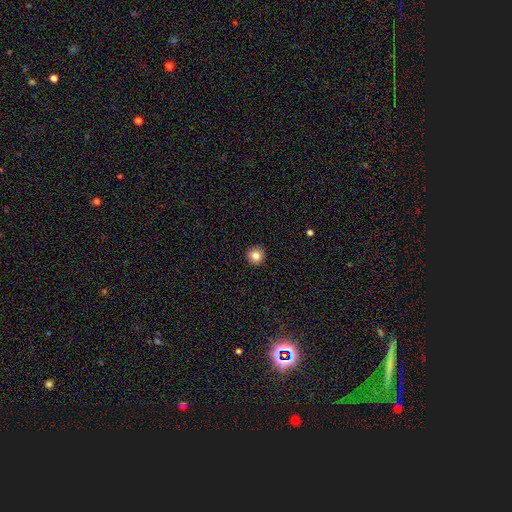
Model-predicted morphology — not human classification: Smooth or featured?
  - smooth: 83% *
  - star or artifact: 10%
  - featured or disk: 6%
How rounded?
  - round: 95% *
  - in between: 4%
  - cigar-shaped: 1%
Merging?
  - none: 93% *
  - minor disturbance: 5%
  - major disturbance: 1%
  - merger: 1%